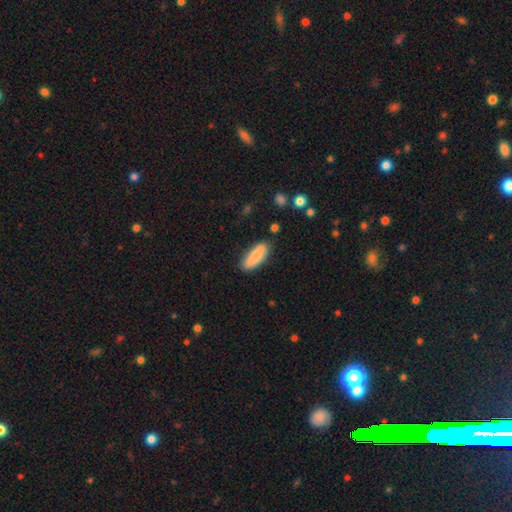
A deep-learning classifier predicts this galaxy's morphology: This appears to be a smooth galaxy with no disk features (83%) that is in between round and cigar-shaped (55%). Merging: none (84%).